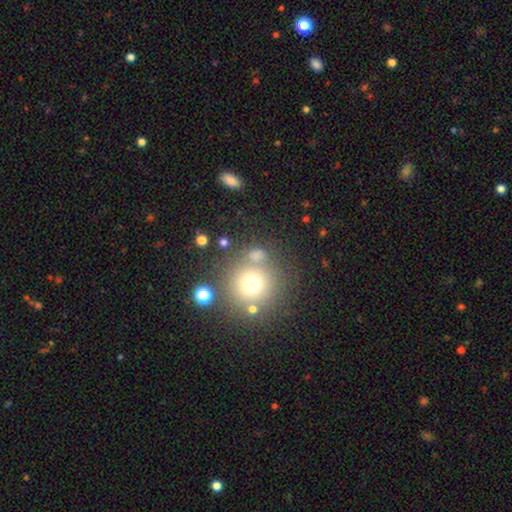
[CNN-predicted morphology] smooth 68%, star or artifact 17%, featured or disk 15%. Down the decision tree: how rounded — round (91%); merging — none (69%).